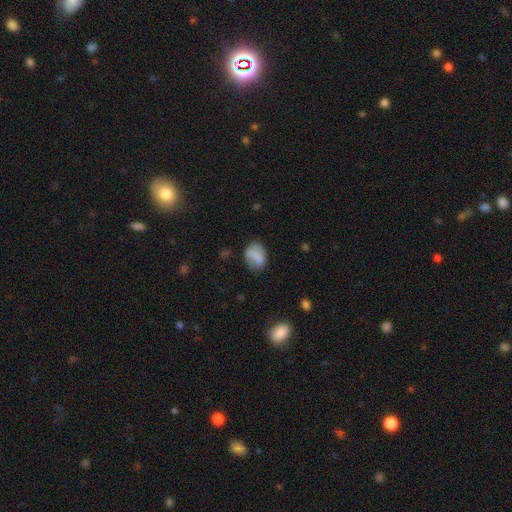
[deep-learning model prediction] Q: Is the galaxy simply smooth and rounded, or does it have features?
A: smooth — 72%.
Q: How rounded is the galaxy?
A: in between — 70%.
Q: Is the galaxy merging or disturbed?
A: none — 58%.